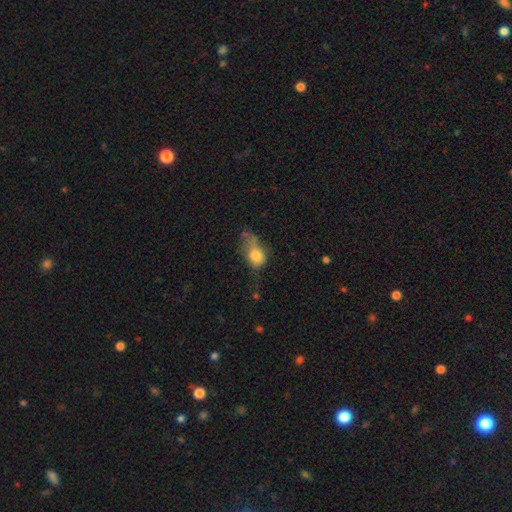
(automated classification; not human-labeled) smooth-or-featured: smooth: 72% | featured or disk: 18% | star or artifact: 10%
  how-rounded: in between: 67% | round: 30% | cigar-shaped: 3%
  merging: major disturbance: 41% | minor disturbance: 30% | none: 22% | merger: 7%